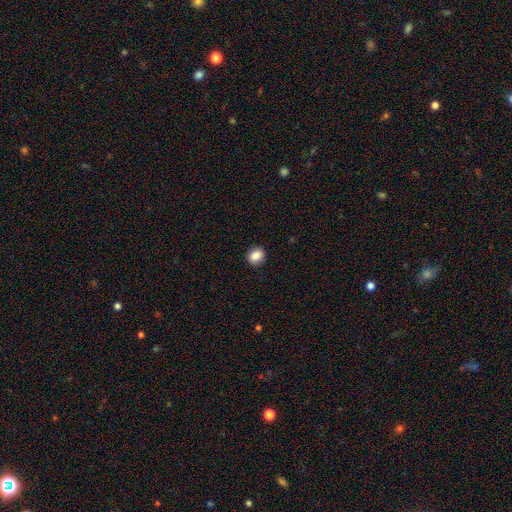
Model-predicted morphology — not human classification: A smooth galaxy with no disk features (87%) that is round (69%).

Vote fractions:
- Smooth or featured? smooth: 87% / star or artifact: 9% / featured or disk: 4%
- How rounded? round: 69% / in between: 30% / cigar-shaped: 1%
- Merging? none: 91% / minor disturbance: 7% / major disturbance: 2% / merger: 1%